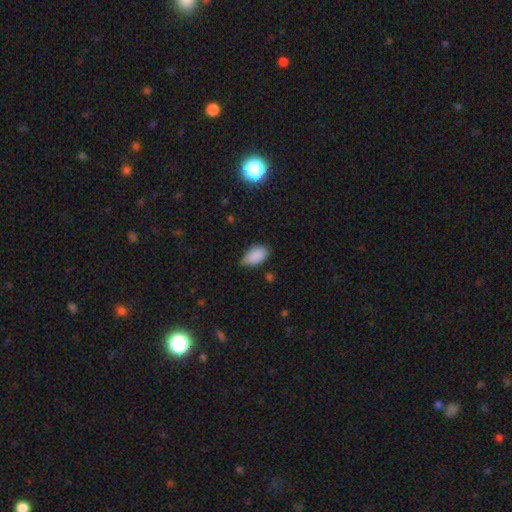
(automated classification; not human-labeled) Q: Smooth or featured?
A: smooth (88%); runner-up: star or artifact (8%)
Q: How rounded?
A: in between (93%); runner-up: round (5%)
Q: Merging?
A: none (58%); runner-up: minor disturbance (35%)